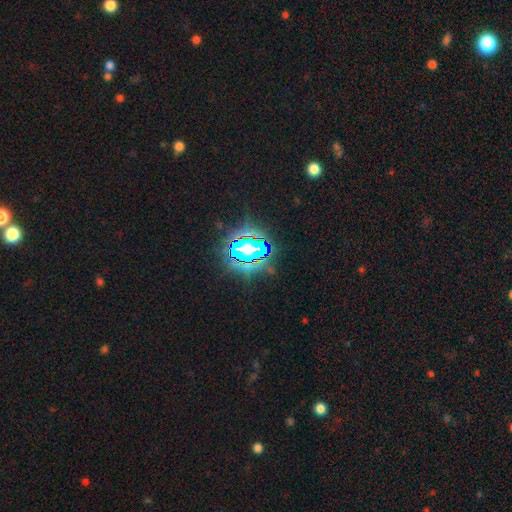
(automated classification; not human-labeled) Morphology: type=star or artifact (81%).